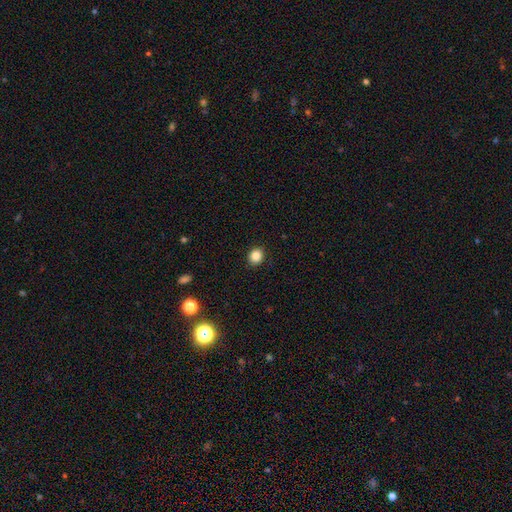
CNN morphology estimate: Smooth or featured: smooth — 85% (star or artifact — 11%)
How rounded: round — 75% (in between — 24%)
Merging: none — 91% (minor disturbance — 6%)